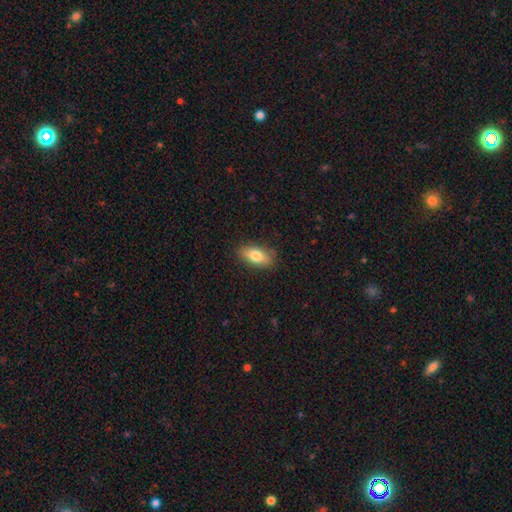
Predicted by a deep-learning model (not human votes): Morphology: type=smooth (80%); roundness=in between (87%); merging=none (85%).